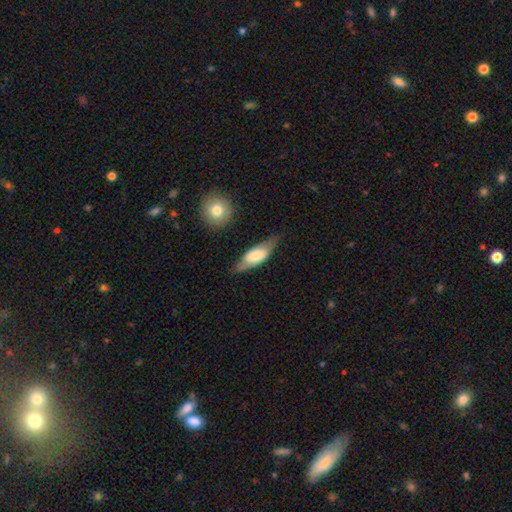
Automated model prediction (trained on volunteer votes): This is possibly a smooth galaxy (53%). How rounded: likely in between (69%). Merging: likely none (68%).